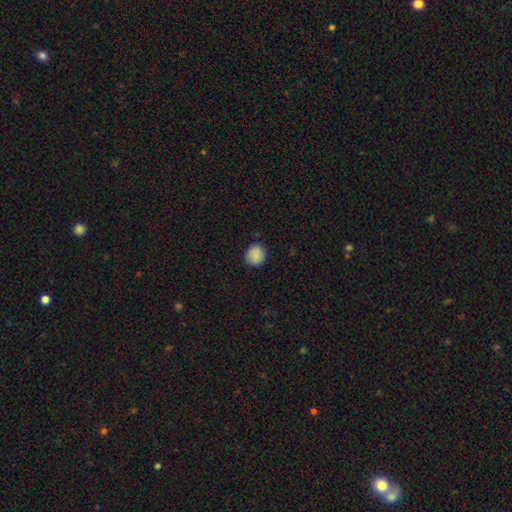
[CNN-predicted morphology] This is clearly a smooth galaxy (88%). How rounded: likely round (75%). Merging: clearly none (84%).